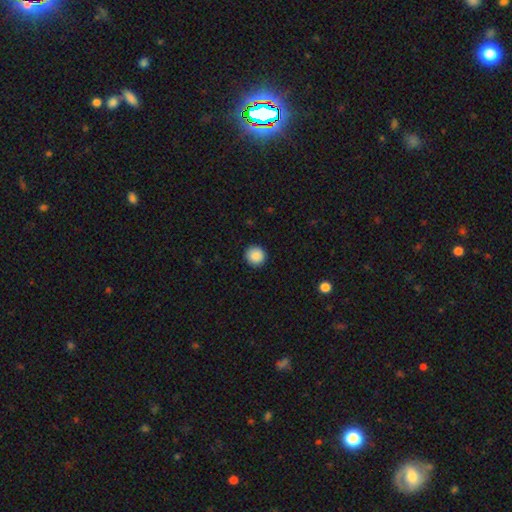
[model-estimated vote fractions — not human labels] Smooth or featured?
  - smooth: 89% *
  - star or artifact: 8%
  - featured or disk: 3%
How rounded?
  - round: 95% *
  - in between: 4%
  - cigar-shaped: 1%
Merging?
  - none: 92% *
  - minor disturbance: 6%
  - major disturbance: 2%
  - merger: 1%